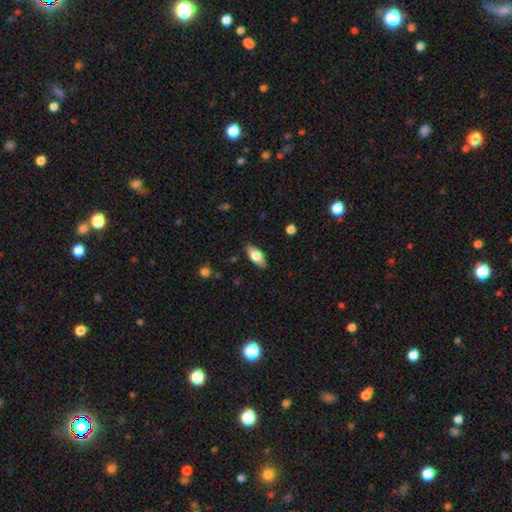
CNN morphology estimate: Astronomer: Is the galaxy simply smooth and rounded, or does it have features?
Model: smooth — 69%.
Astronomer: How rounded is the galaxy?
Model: in between — 83%.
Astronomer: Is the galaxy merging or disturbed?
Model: none — 86%.